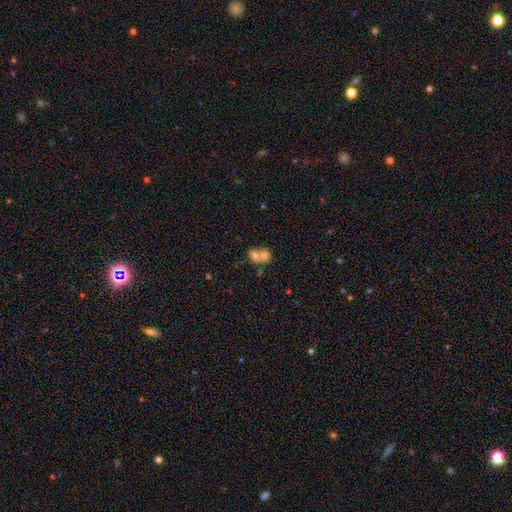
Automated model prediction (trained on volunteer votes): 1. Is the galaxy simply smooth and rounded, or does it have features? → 67% smooth, 23% featured or disk, 10% star or artifact.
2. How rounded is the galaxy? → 53% in between, 45% round, 1% cigar-shaped.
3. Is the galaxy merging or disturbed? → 74% merger, 17% none, 6% minor disturbance, 4% major disturbance.